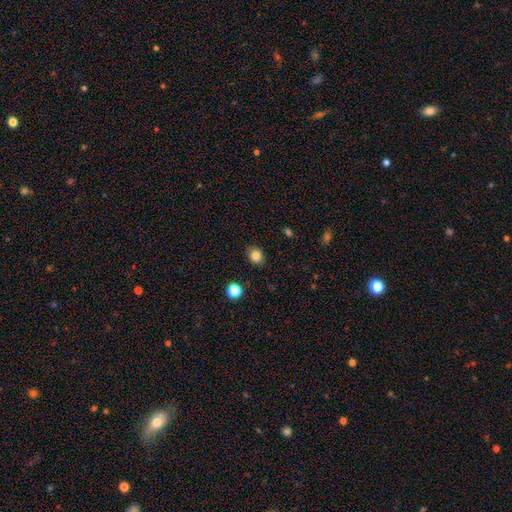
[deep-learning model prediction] smooth-or-featured: smooth: 84% | star or artifact: 11% | featured or disk: 5%
  how-rounded: round: 67% | in between: 32% | cigar-shaped: 1%
  merging: none: 88% | minor disturbance: 9% | major disturbance: 2% | merger: 1%